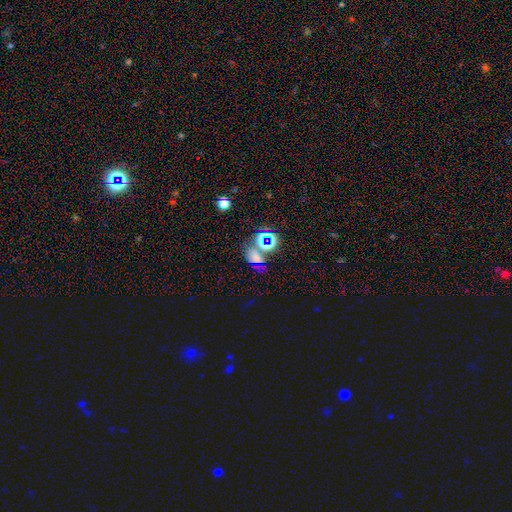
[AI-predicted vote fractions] Overall: star or artifact (48%; smooth 41%).